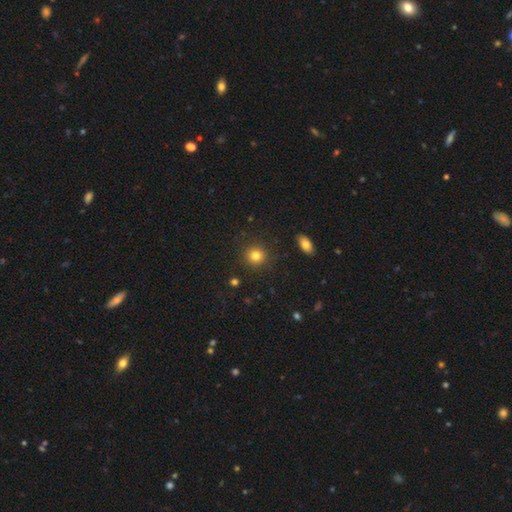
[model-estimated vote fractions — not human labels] Morphology: type=smooth (82%); roundness=round (90%); merging=none (90%).